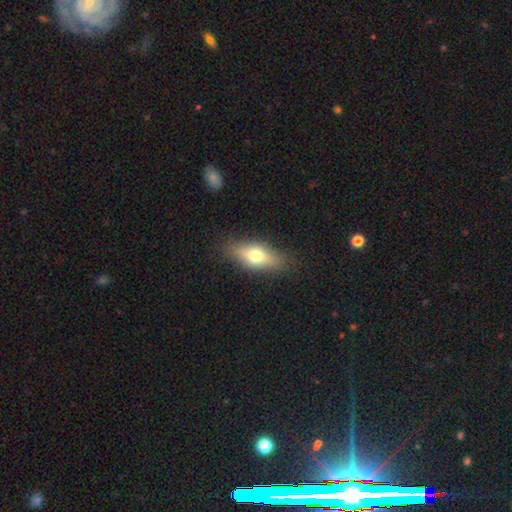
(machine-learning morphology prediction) Overall: smooth (66%). How rounded: in between (74%). Merging: none (84%).